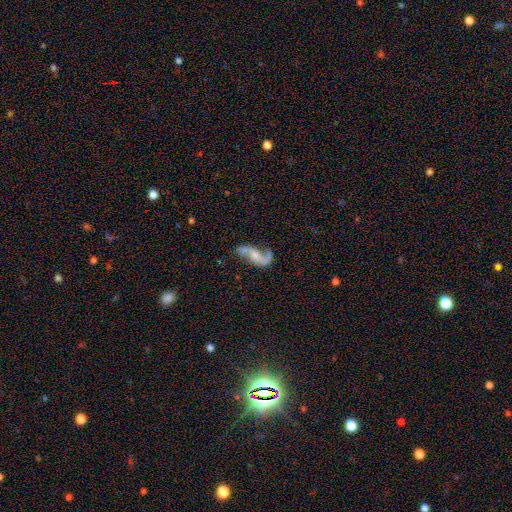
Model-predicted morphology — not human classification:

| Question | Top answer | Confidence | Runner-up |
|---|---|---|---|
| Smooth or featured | featured or disk | 85% | smooth (9%) |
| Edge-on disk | no | 96% | yes (4%) |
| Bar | no | 52% | weak (36%) |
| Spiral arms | yes | 95% | no (5%) |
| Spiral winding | loose | 71% | medium (24%) |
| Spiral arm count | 2 | 89% | 1 (5%) |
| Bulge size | moderate | 43% | small (37%) |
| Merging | none | 63% | minor disturbance (19%) |